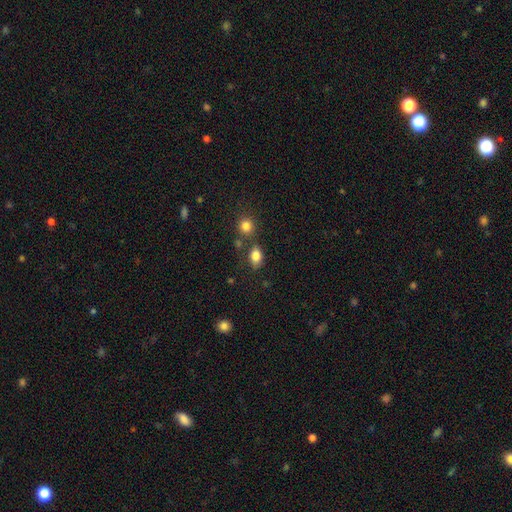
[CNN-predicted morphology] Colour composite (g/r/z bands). It shows a smooth galaxy with no disk features (83%) that is in between round and cigar-shaped (81%). Merging: none (69%).